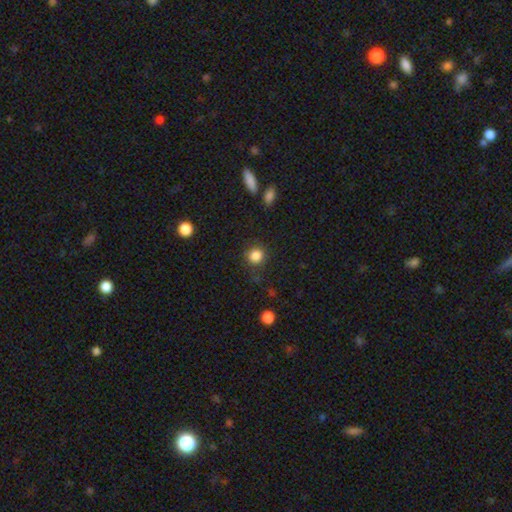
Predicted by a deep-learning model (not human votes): Smooth or featured?
  - smooth: 85% *
  - star or artifact: 11%
  - featured or disk: 4%
How rounded?
  - round: 88% *
  - in between: 11%
  - cigar-shaped: 1%
Merging?
  - none: 83% *
  - minor disturbance: 11%
  - major disturbance: 4%
  - merger: 2%